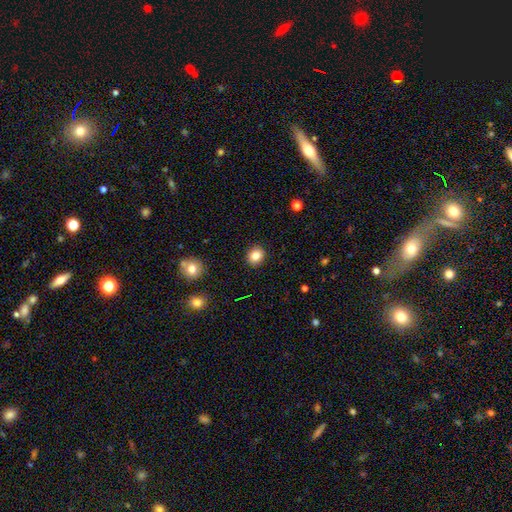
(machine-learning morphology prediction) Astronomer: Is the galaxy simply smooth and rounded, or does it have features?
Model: smooth — 83%.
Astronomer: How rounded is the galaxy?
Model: round — 77%.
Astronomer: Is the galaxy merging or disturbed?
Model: none — 91%.